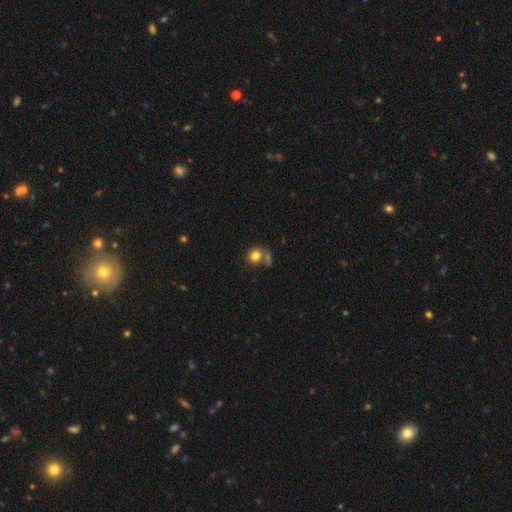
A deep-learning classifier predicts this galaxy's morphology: Smooth or featured: smooth — 80% (star or artifact — 11%)
How rounded: round — 77% (in between — 21%)
Merging: none — 55% (merger — 27%)